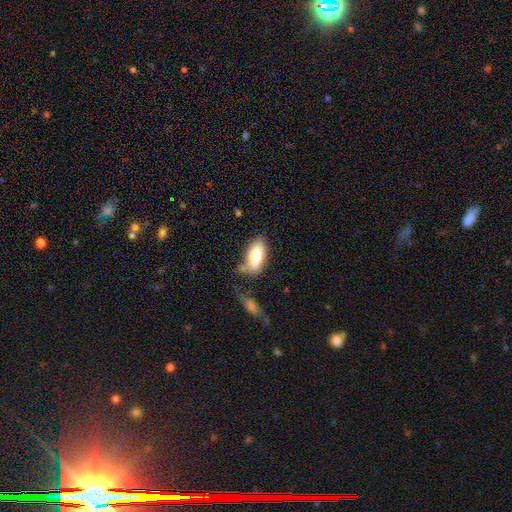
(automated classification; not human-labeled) smooth-or-featured: smooth: 81% | featured or disk: 12% | star or artifact: 7%
  how-rounded: in between: 91% | cigar-shaped: 6% | round: 2%
  merging: none: 57% | minor disturbance: 24% | merger: 11% | major disturbance: 9%